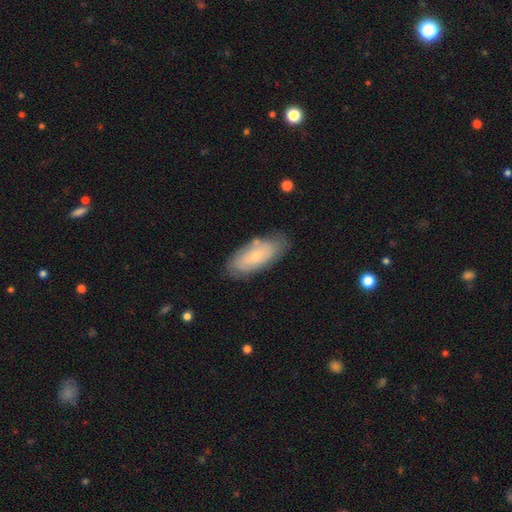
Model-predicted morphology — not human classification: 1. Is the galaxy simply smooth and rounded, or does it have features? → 58% smooth, 36% featured or disk, 7% star or artifact.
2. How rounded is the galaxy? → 86% in between, 12% cigar-shaped, 2% round.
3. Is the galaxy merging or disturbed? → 76% none, 18% minor disturbance, 4% major disturbance, 3% merger.